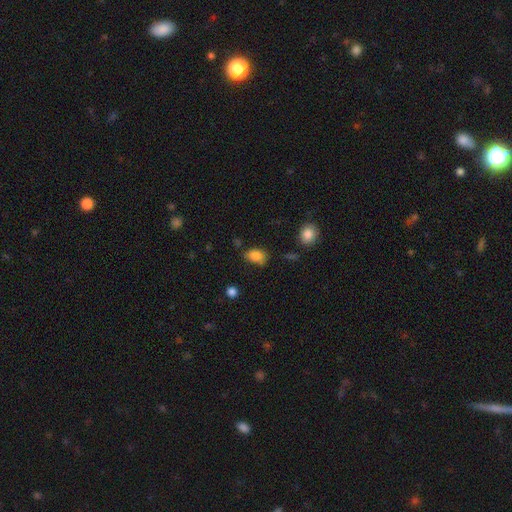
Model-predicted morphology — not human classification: smooth-or-featured: smooth: 85% | star or artifact: 10% | featured or disk: 5%
  how-rounded: in between: 83% | round: 15% | cigar-shaped: 2%
  merging: none: 63% | minor disturbance: 27% | major disturbance: 6% | merger: 3%